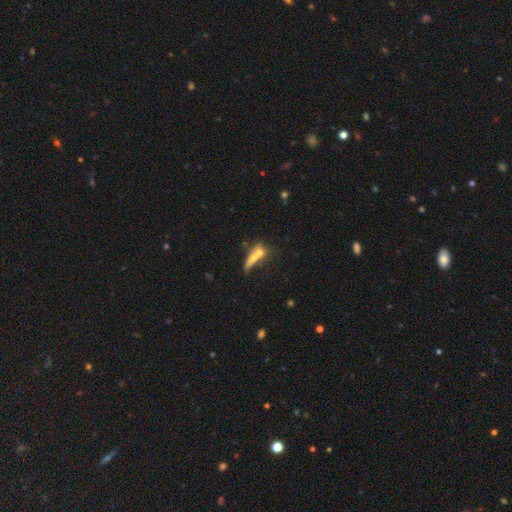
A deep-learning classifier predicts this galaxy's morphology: The model was most divided on "merging": merger: 38%, none: 35%, minor disturbance: 14%, major disturbance: 14%. More confident: how rounded — cigar-shaped (63%); smooth or featured — smooth (59%).